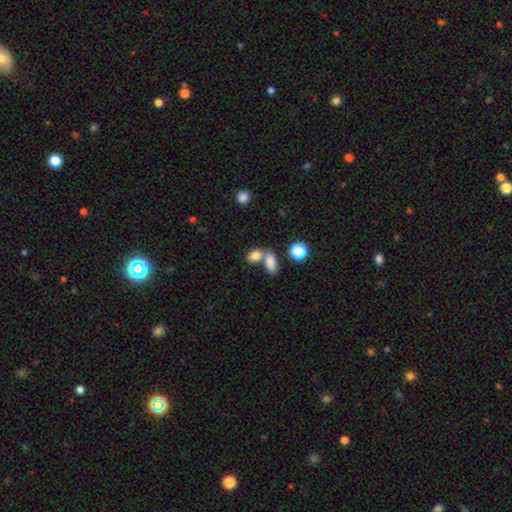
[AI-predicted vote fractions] The model was most divided on "merging": merger: 45%, none: 42%, minor disturbance: 9%, major disturbance: 4%. More confident: smooth or featured — smooth (82%); how rounded — in between (81%).